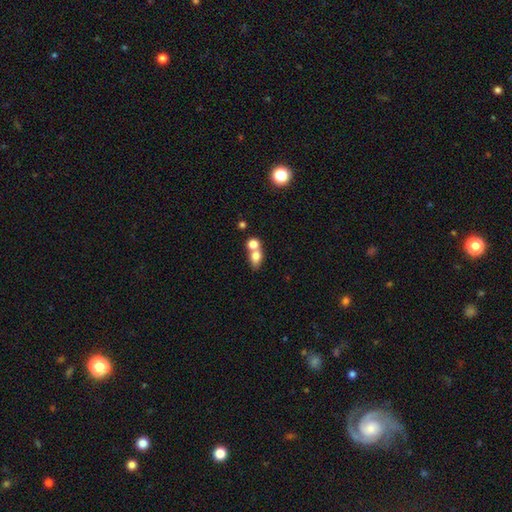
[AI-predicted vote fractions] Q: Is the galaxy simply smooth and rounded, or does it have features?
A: smooth — 75%.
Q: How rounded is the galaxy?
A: in between — 61%.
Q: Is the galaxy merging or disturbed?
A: merger — 60%.